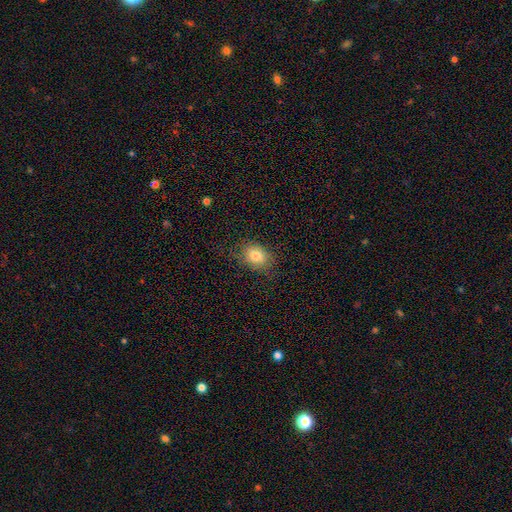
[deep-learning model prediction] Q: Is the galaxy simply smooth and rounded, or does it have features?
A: smooth — 79%.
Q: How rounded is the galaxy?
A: in between — 65%.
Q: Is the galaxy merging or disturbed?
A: none — 77%.